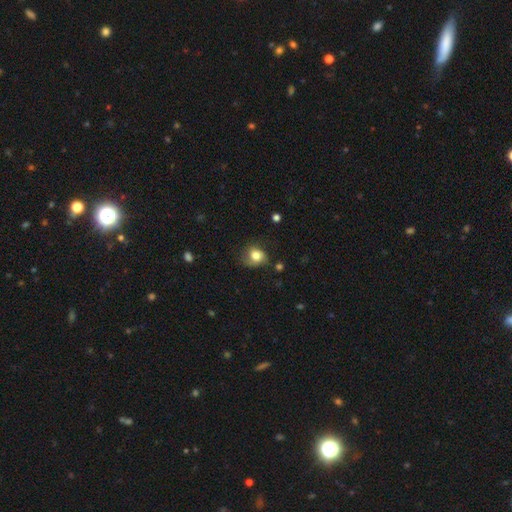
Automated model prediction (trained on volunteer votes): Overall: smooth (74%). How rounded: round (64%; in between 35%). Merging: none (55%; minor disturbance 29%).